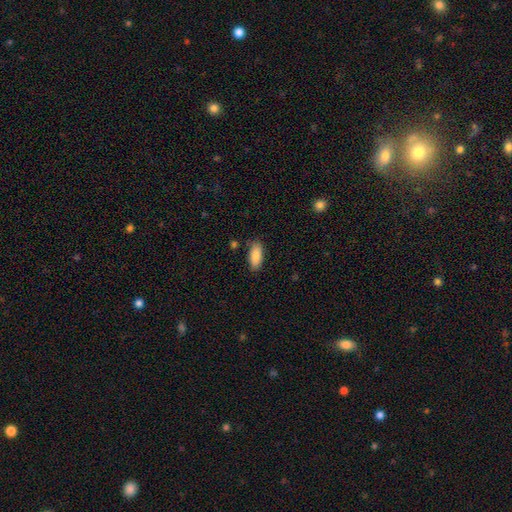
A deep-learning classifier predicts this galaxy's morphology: Smooth or featured? Predicted: smooth (p=0.86). How rounded? Predicted: in between (p=0.86). Merging? Predicted: none (p=0.84).